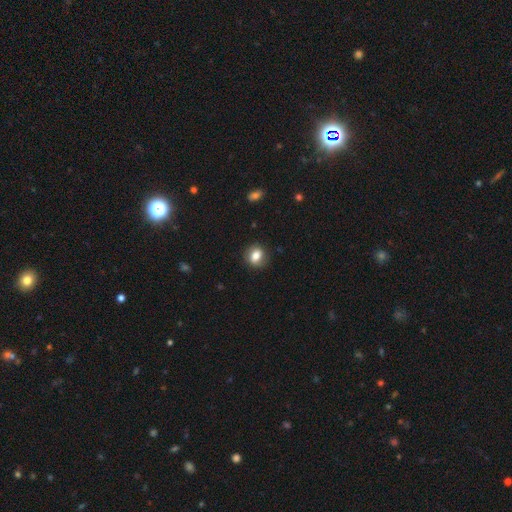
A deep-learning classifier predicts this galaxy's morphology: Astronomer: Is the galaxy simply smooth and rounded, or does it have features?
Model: smooth — 77%.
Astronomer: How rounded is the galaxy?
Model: round — 62% (runner-up: in between, 37%).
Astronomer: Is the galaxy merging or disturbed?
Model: none — 84%.